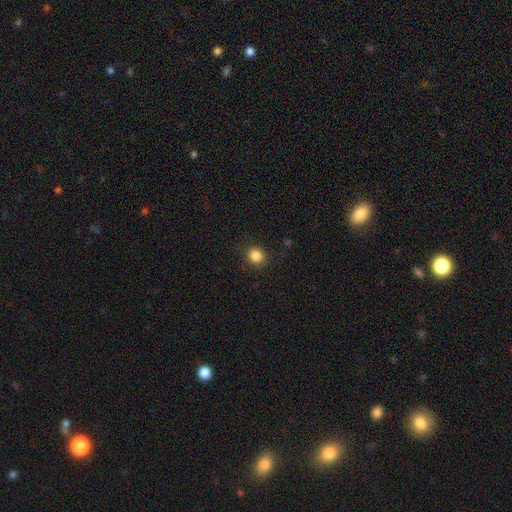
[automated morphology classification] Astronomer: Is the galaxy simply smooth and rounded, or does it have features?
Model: smooth — 85%.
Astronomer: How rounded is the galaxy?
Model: round — 84%.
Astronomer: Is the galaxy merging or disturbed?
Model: none — 88%.